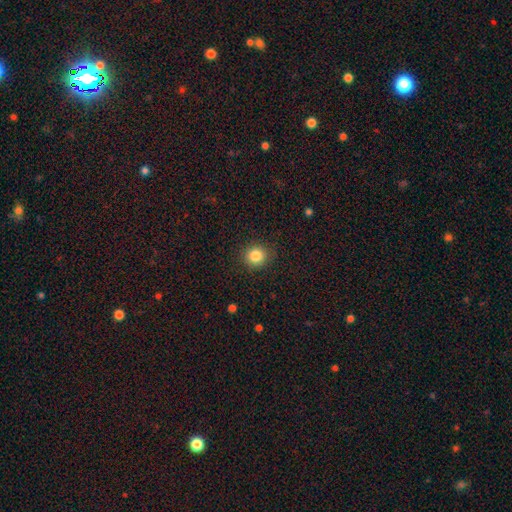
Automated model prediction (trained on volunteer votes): smooth-or-featured: smooth: 84% | star or artifact: 11% | featured or disk: 5%
  how-rounded: round: 86% | in between: 13% | cigar-shaped: 1%
  merging: none: 88% | minor disturbance: 8% | major disturbance: 3% | merger: 1%